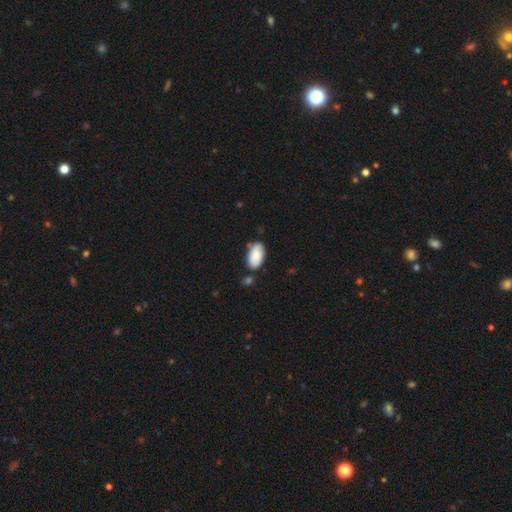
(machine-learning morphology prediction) Smooth or featured? smooth (83%)
How rounded? in between (95%)
Merging? none (70%)